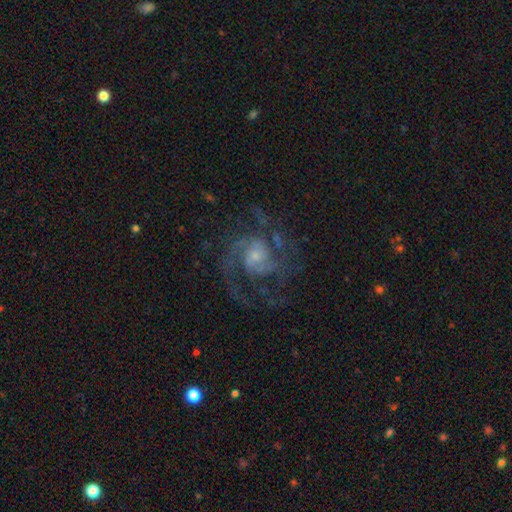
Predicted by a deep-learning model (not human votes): Smooth or featured: featured or disk — 87% (smooth — 7%)
Edge-on disk: no — 98% (yes — 2%)
Bar: no — 63% (weak — 32%)
Spiral arms: yes — 96% (no — 4%)
Spiral winding: medium — 51% (tight — 32%)
Spiral arm count: 2 — 35% (3 — 27%)
Bulge size: small — 54% (moderate — 33%)
Merging: none — 61% (major disturbance — 22%)